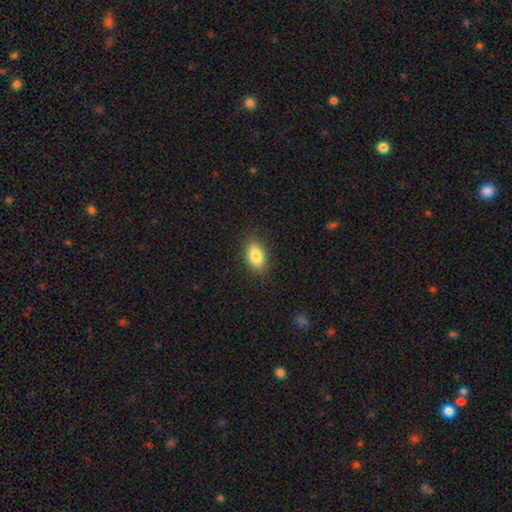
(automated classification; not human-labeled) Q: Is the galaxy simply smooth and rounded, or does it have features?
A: smooth — 85%.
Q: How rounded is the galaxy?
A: in between — 90%.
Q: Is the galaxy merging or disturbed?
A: none — 87%.